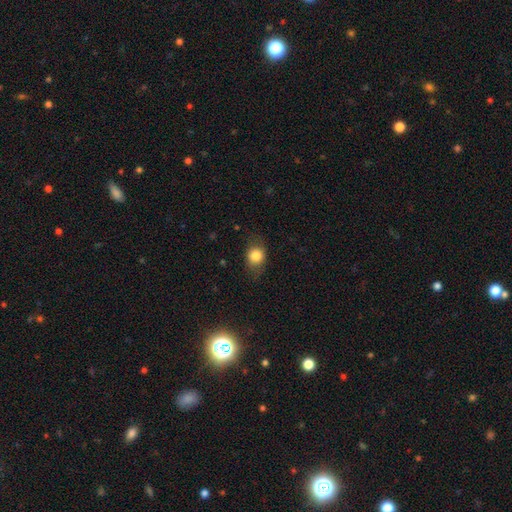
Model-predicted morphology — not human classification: A smooth galaxy with no disk features (81%) that is round (51%).

Vote fractions:
- Smooth or featured? smooth: 81% / featured or disk: 10% / star or artifact: 9%
- How rounded? round: 51% / in between: 48% / cigar-shaped: 2%
- Merging? none: 74% / minor disturbance: 19% / major disturbance: 7% / merger: 1%